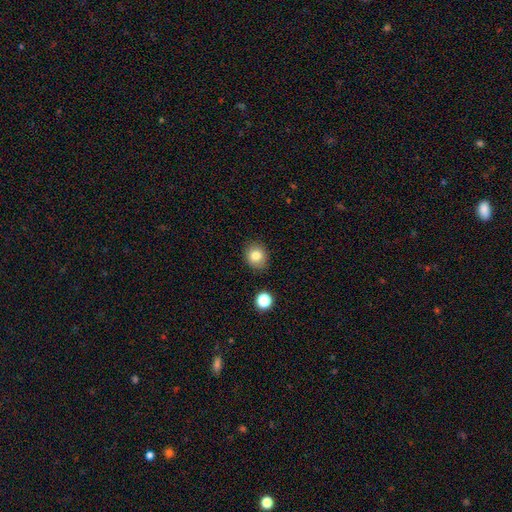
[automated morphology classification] type=smooth (82%); roundness=round (72%); merging=none (87%).